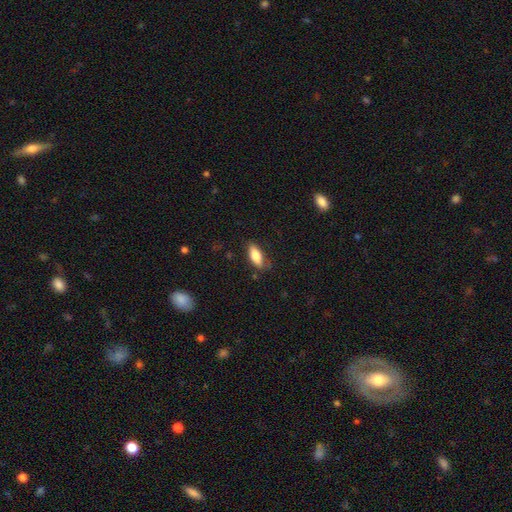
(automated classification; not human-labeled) A smooth galaxy with no disk features (78%) that is in between round and cigar-shaped (77%).

Vote fractions:
- Smooth or featured? smooth: 78% / featured or disk: 16% / star or artifact: 7%
- How rounded? in between: 77% / cigar-shaped: 20% / round: 2%
- Merging? none: 78% / minor disturbance: 17% / major disturbance: 4% / merger: 2%